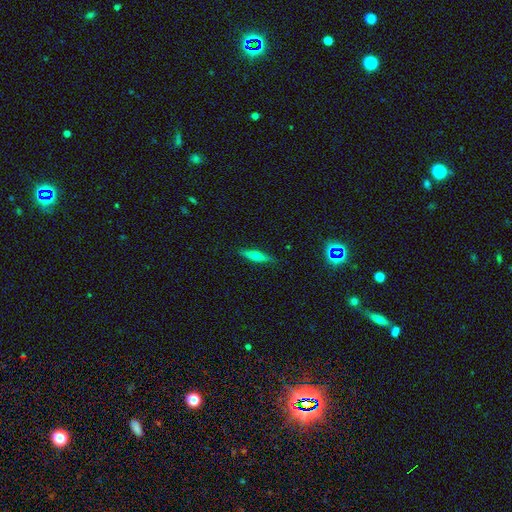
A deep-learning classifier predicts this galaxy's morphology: Q: Smooth or featured?
A: featured or disk (47%); runner-up: smooth (45%)
Q: Merging?
A: none (87%); runner-up: minor disturbance (10%)